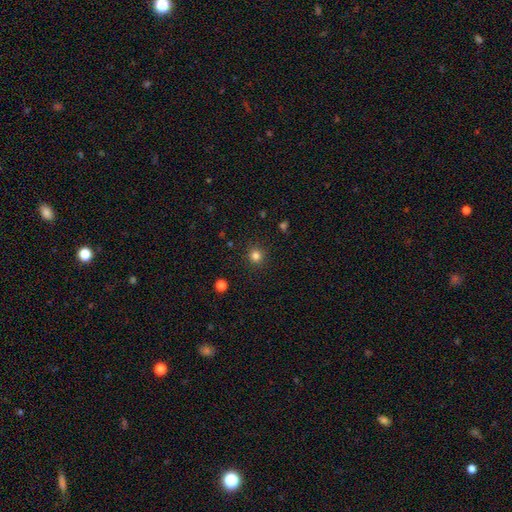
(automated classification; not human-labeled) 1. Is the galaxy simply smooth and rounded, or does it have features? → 82% smooth, 14% star or artifact, 5% featured or disk.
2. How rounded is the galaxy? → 93% round, 6% in between, 1% cigar-shaped.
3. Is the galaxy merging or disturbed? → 91% none, 6% minor disturbance, 2% major disturbance, 1% merger.